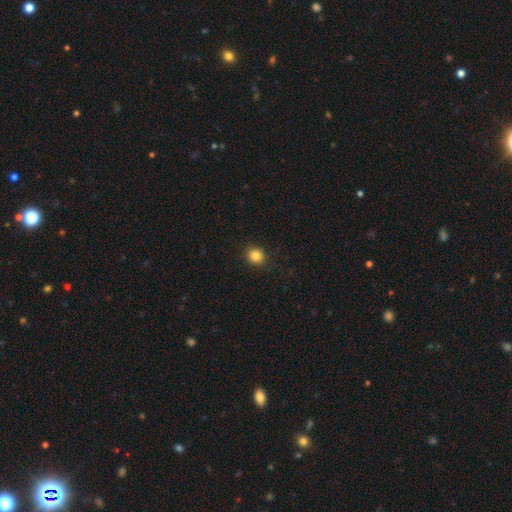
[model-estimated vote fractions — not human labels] The model was most divided on "how rounded": round: 86%, in between: 13%, cigar-shaped: 1%. More confident: merging — none (90%); smooth or featured — smooth (85%).